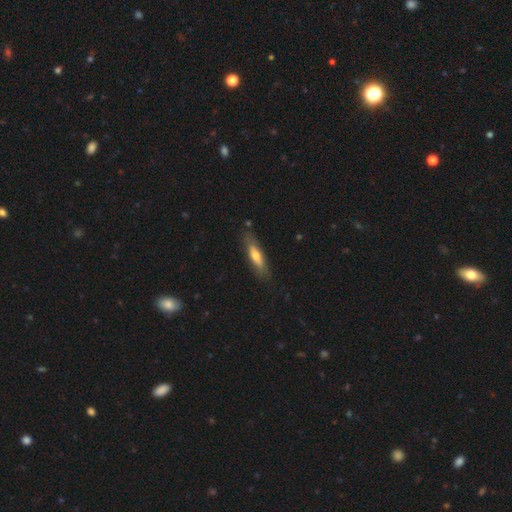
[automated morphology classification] This appears to be a smooth galaxy with no disk features (59%) that is cigar-shaped (70%). Merging: none (82%).